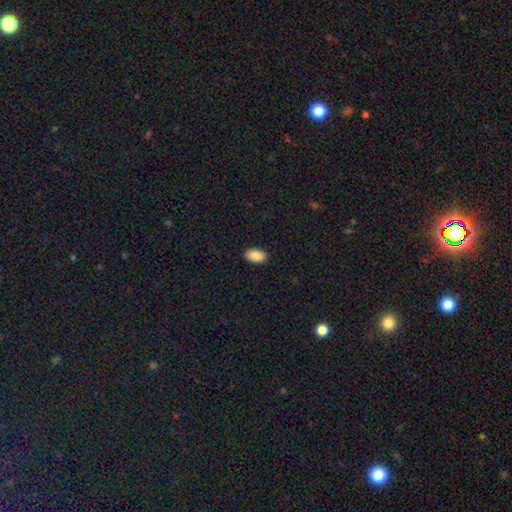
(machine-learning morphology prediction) smooth 90%, star or artifact 7%, featured or disk 3%. Down the decision tree: how rounded — in between (95%); merging — none (90%).